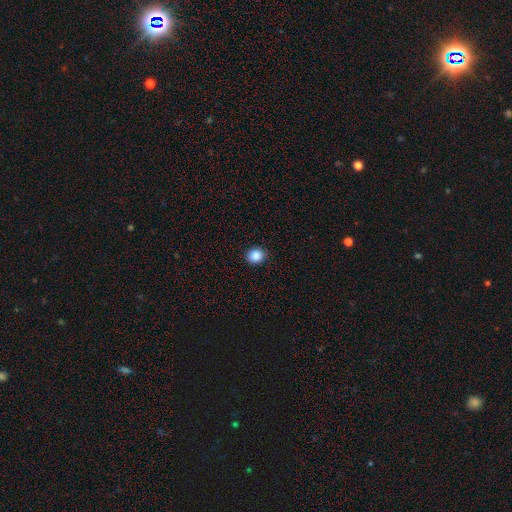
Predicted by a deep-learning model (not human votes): smooth-or-featured: smooth: 88% | star or artifact: 10% | featured or disk: 3%
  how-rounded: round: 82% | in between: 17% | cigar-shaped: 1%
  merging: none: 91% | minor disturbance: 6% | major disturbance: 2% | merger: 1%